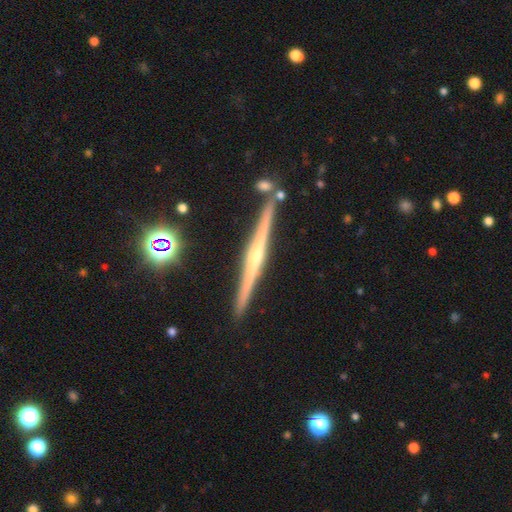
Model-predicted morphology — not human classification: type=featured or disk (79%); edge-on=yes (98%); edge-on bulge=rounded (66%); merging=none (88%).